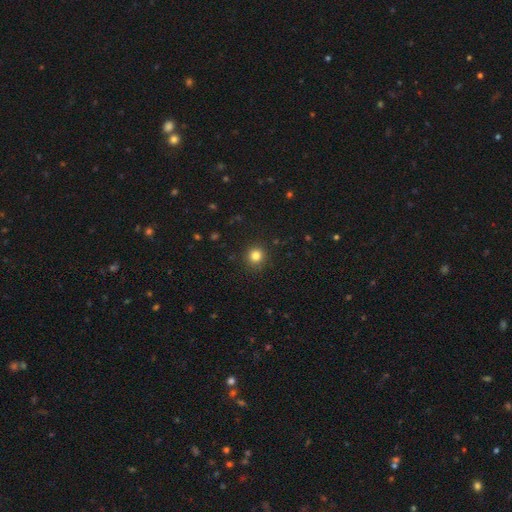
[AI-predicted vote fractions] This appears to be a smooth galaxy with no disk features (83%) that is round (91%). Merging: none (90%).